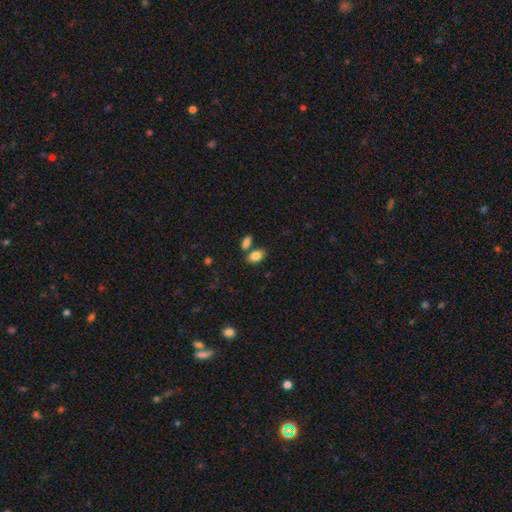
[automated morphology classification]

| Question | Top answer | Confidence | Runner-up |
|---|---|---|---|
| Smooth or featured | smooth | 85% | star or artifact (8%) |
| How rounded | in between | 91% | round (7%) |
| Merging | none | 61% | merger (24%) |